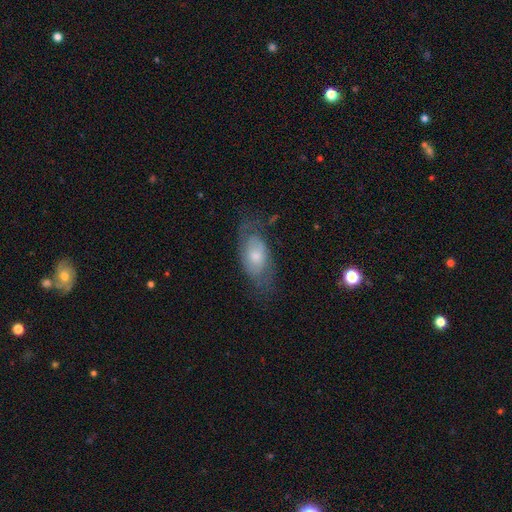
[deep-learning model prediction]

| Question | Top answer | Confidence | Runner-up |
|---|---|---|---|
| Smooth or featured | featured or disk | 55% | smooth (37%) |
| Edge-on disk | no | 89% | yes (11%) |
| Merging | none | 59% | minor disturbance (24%) |